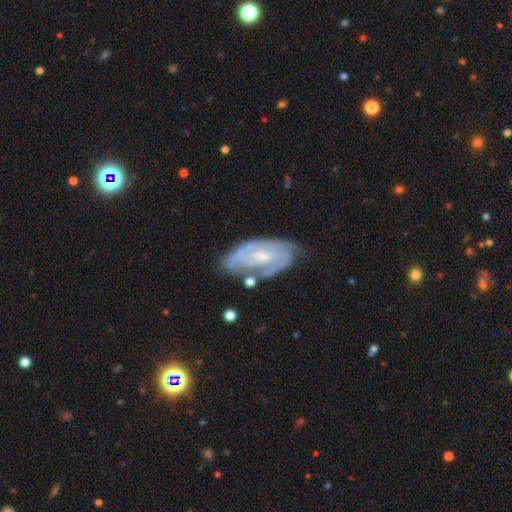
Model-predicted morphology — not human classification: smooth_or_featured: featured or disk (p=0.77) [alt: smooth p=0.15]
disk_edge_on: no (p=0.93) [alt: yes p=0.07]
bar: no (p=0.48) [alt: weak p=0.41]
has_spiral_arms: yes (p=0.89) [alt: no p=0.11]
spiral_winding: tight (p=0.57) [alt: medium p=0.34]
spiral_arm_count: 2 (p=0.45) [alt: can't tell p=0.32]
bulge_size: small (p=0.60) [alt: moderate p=0.32]
merging: none (p=0.70) [alt: minor disturbance p=0.20]